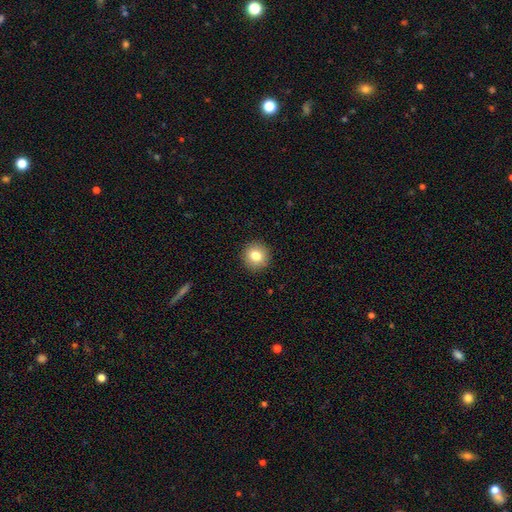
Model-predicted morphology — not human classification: type=smooth (81%); roundness=round (92%); merging=none (92%).